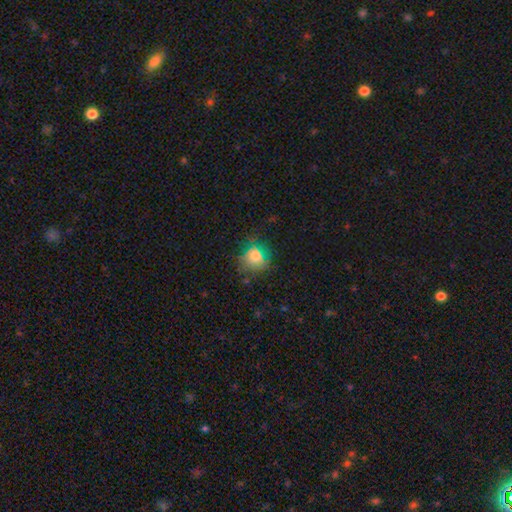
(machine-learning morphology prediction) Smooth or featured?
  - smooth: 74% *
  - featured or disk: 14%
  - star or artifact: 12%
How rounded?
  - round: 74% *
  - in between: 25%
  - cigar-shaped: 1%
Merging?
  - none: 58% *
  - minor disturbance: 25%
  - major disturbance: 14%
  - merger: 3%